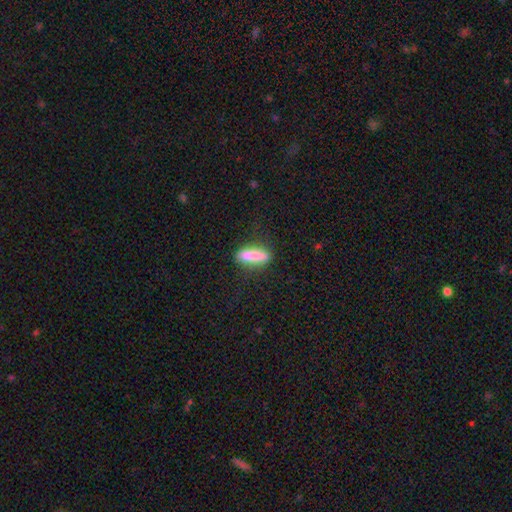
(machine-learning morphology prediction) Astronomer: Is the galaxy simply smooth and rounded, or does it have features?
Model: smooth — 79%.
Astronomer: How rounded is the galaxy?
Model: cigar-shaped — 74%.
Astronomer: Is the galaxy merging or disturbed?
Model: none — 80%.